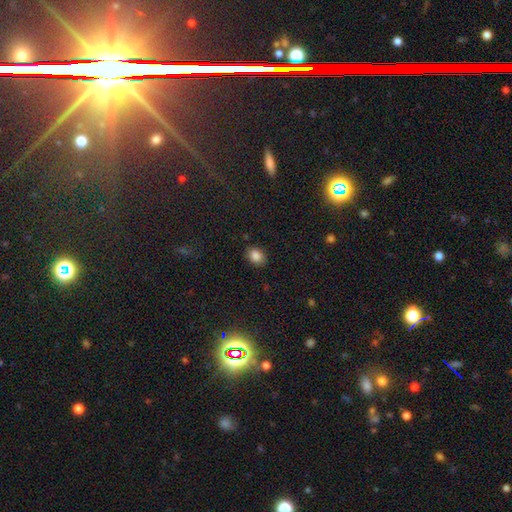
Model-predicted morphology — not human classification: smooth-or-featured: smooth: 85% | star or artifact: 10% | featured or disk: 5%
  how-rounded: in between: 65% | round: 34% | cigar-shaped: 1%
  merging: none: 85% | minor disturbance: 11% | major disturbance: 3% | merger: 1%